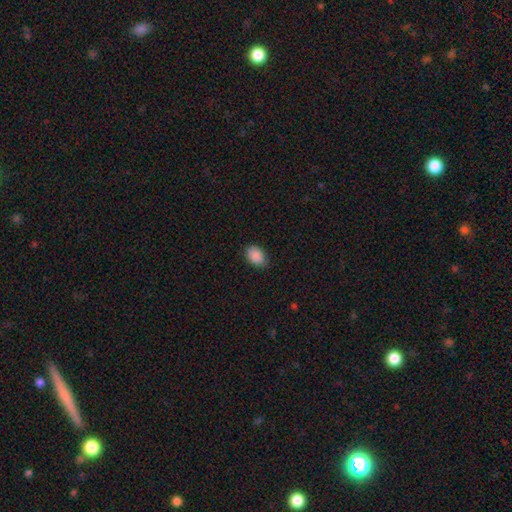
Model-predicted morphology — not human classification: Overall: smooth (89%). How rounded: in between (80%). Merging: none (82%).